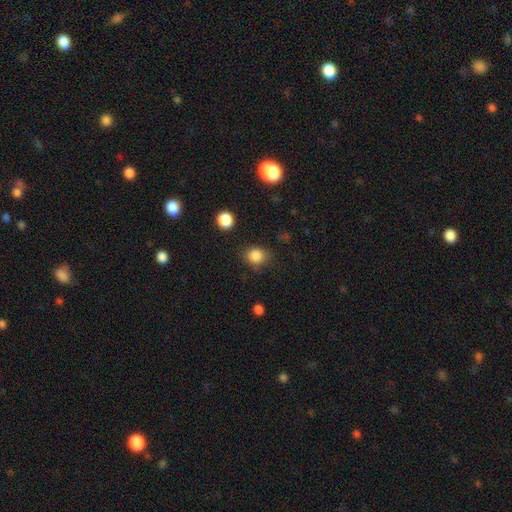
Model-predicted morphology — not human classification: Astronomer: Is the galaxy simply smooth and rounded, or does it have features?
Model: smooth — 85%.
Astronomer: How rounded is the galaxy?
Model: round — 70%.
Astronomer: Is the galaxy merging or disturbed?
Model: none — 77%.